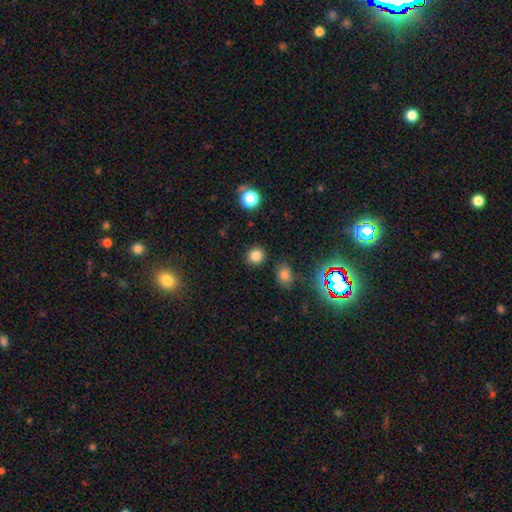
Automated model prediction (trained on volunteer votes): Smooth or featured? smooth (82%)
How rounded? round (87%)
Merging? none (88%)